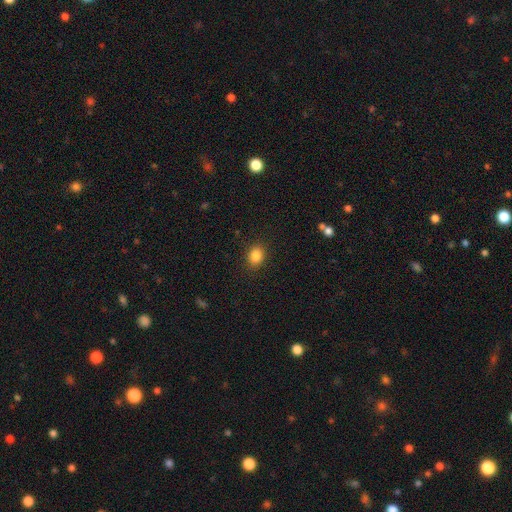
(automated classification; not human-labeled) Smooth or featured: smooth — 85% (star or artifact — 10%)
How rounded: round — 50% (in between — 49%)
Merging: none — 88% (minor disturbance — 8%)